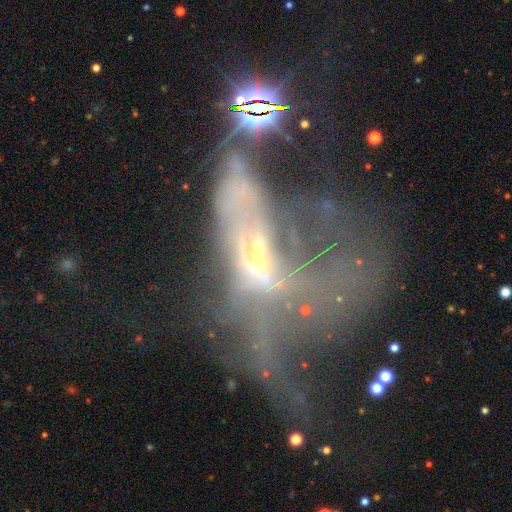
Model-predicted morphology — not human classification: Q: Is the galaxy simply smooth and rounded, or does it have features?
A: featured or disk — 60%.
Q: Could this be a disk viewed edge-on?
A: no — 88%.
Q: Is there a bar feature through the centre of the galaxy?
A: no — 64%.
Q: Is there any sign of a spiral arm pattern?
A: no — 72%.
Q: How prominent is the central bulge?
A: moderate — 37%.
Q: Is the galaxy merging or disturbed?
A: major disturbance — 52%.